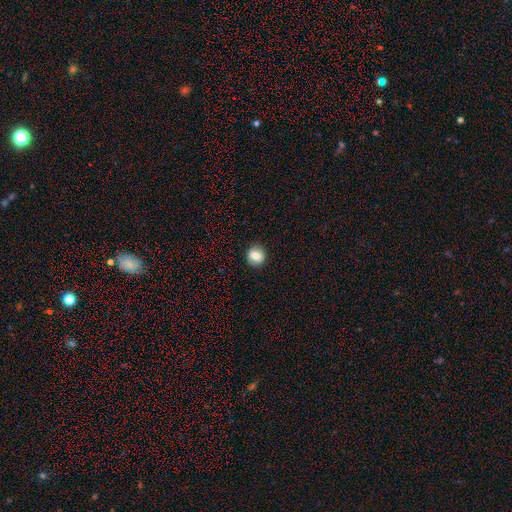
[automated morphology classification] type=smooth (77%); roundness=round (83%); merging=none (89%).